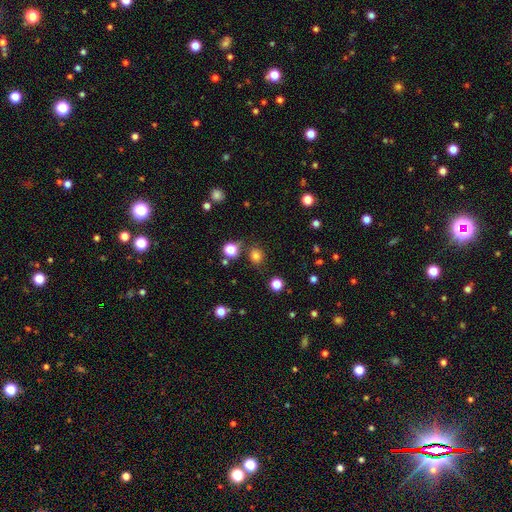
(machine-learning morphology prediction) Overall: smooth (78%). How rounded: round (79%). Merging: none (79%).